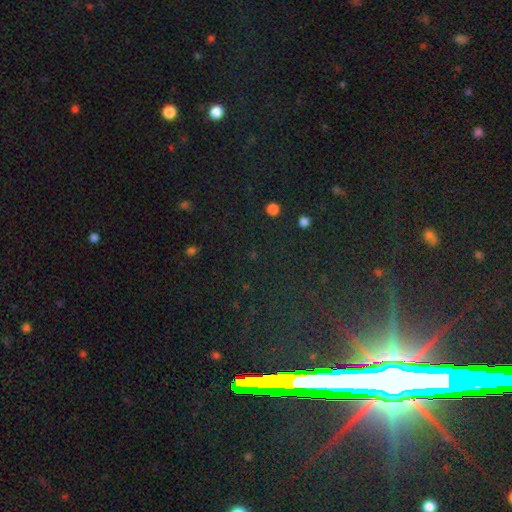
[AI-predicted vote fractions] Morphology: type=star or artifact (73%).